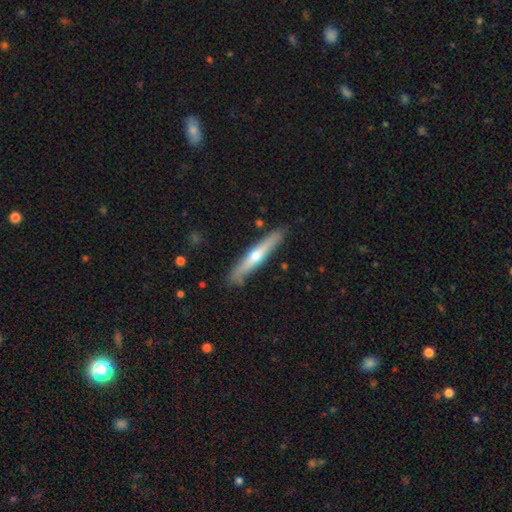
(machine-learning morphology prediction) Smooth or featured: featured or disk — 54% (smooth — 41%)
Edge-on disk: yes — 94% (no — 6%)
Edge-on bulge: rounded — 84% (none — 13%)
Merging: none — 85% (minor disturbance — 10%)